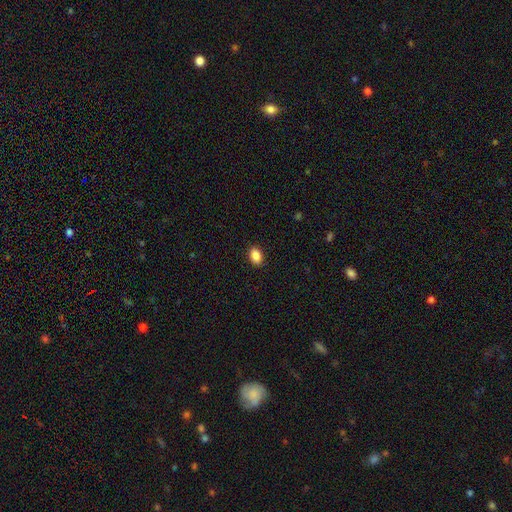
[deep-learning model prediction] Overall: smooth (88%). How rounded: in between (82%). Merging: none (90%).